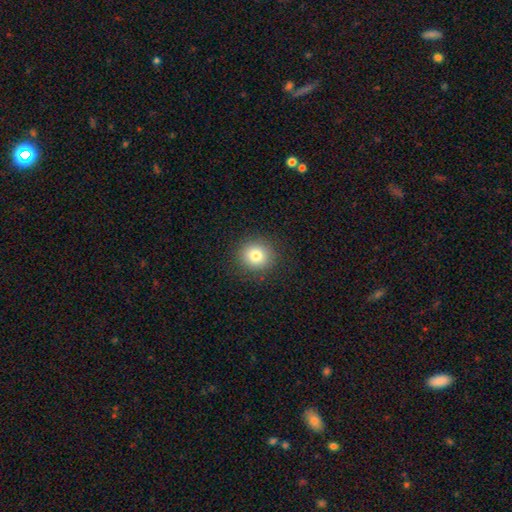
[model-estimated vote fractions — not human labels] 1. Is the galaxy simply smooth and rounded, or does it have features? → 81% smooth, 11% star or artifact, 8% featured or disk.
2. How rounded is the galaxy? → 90% round, 9% in between, 1% cigar-shaped.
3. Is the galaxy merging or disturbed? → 89% none, 7% minor disturbance, 3% major disturbance, 1% merger.